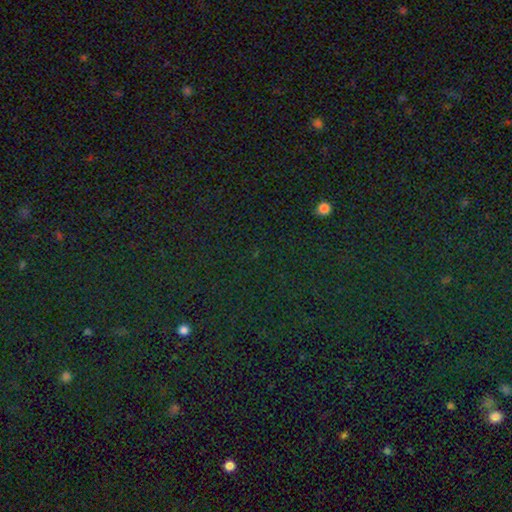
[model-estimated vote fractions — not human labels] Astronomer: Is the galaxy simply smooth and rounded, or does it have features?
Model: star or artifact — 78%.